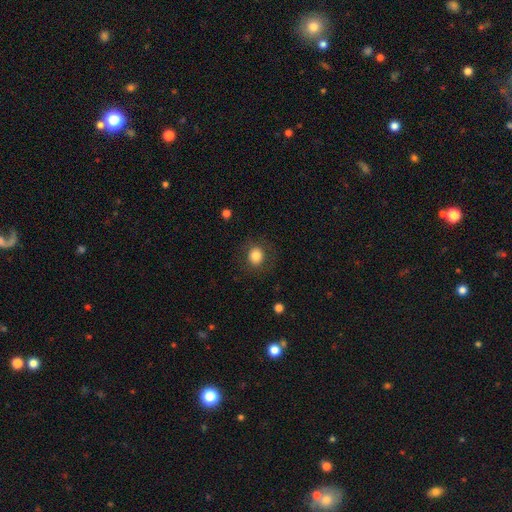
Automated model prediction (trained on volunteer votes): Smooth or featured? Predicted: smooth (p=0.81). How rounded? Predicted: round (p=0.81). Merging? Predicted: none (p=0.83).